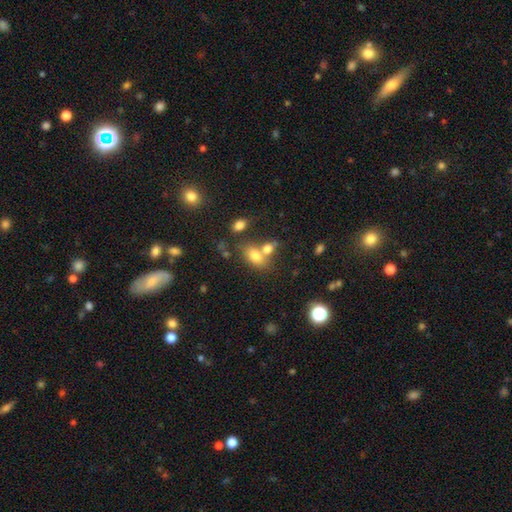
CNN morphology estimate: A smooth galaxy with no disk features (76%) that is in between round and cigar-shaped (83%). Merging: merger (43%).